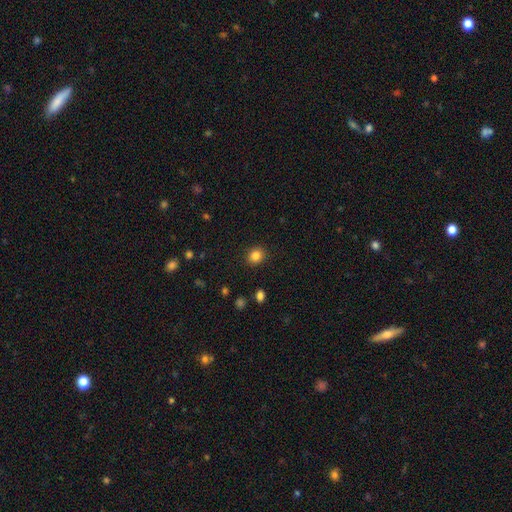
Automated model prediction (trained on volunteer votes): Overall: smooth (84%). How rounded: round (78%). Merging: none (90%).